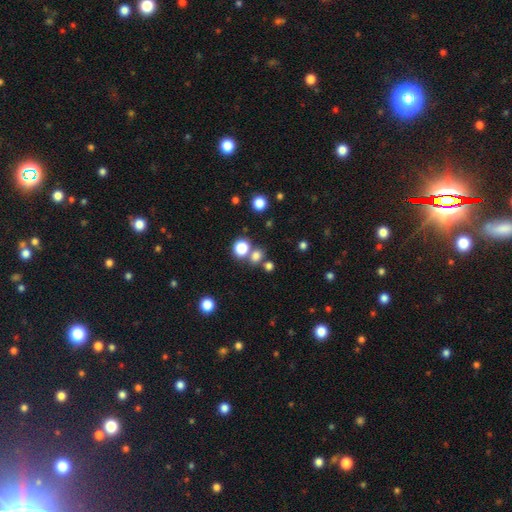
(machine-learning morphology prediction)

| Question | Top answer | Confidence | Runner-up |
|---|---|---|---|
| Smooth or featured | smooth | 74% | star or artifact (19%) |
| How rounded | round | 71% | in between (28%) |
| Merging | none | 63% | merger (26%) |